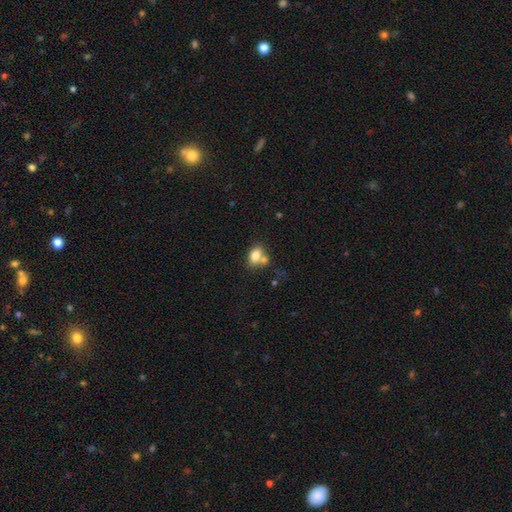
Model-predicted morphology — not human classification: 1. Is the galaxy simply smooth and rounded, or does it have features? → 77% smooth, 13% featured or disk, 9% star or artifact.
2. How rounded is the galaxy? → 79% in between, 19% round, 2% cigar-shaped.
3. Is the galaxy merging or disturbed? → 45% none, 37% merger, 13% minor disturbance, 5% major disturbance.